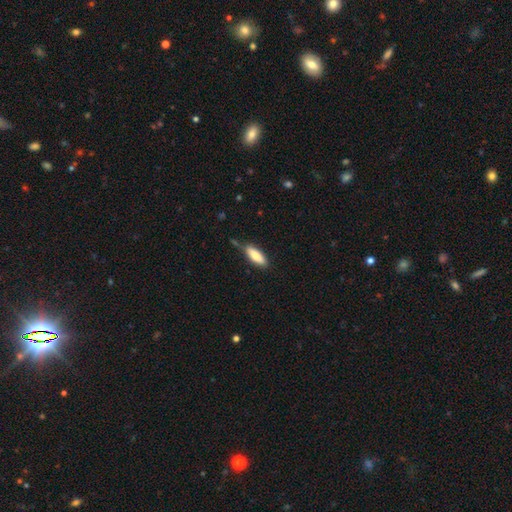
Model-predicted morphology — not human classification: The model was most divided on "how rounded": in between: 56%, cigar-shaped: 43%, round: 2%. More confident: smooth or featured — smooth (81%); merging — none (71%).